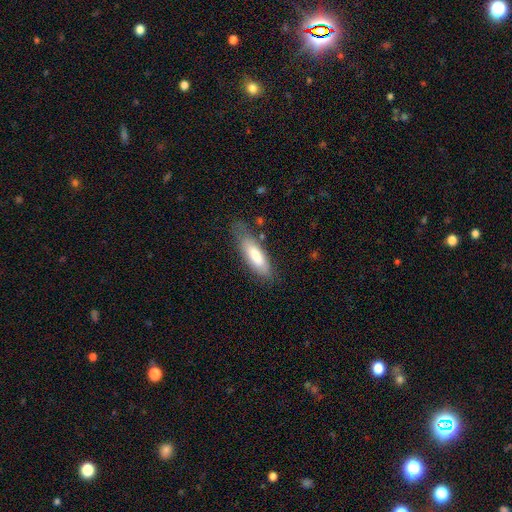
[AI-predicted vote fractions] Smooth or featured? smooth (77%)
How rounded? in between (55%)
Merging? none (66%)